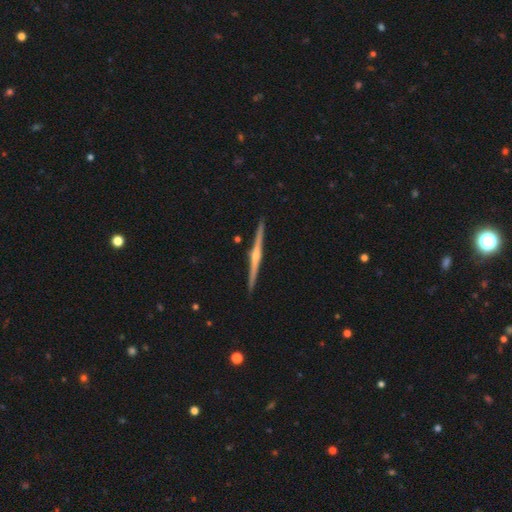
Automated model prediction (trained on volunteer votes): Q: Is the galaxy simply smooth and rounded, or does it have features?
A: featured or disk — 84%.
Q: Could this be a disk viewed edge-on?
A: yes — 99%.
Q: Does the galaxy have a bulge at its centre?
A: rounded — 85%.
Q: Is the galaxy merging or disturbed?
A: none — 93%.